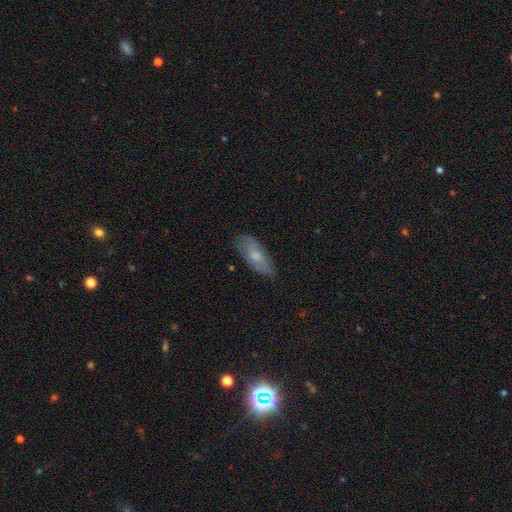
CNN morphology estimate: smooth 54%, featured or disk 39%, star or artifact 7%. Down the decision tree: how rounded — in between (78%); merging — none (70%).